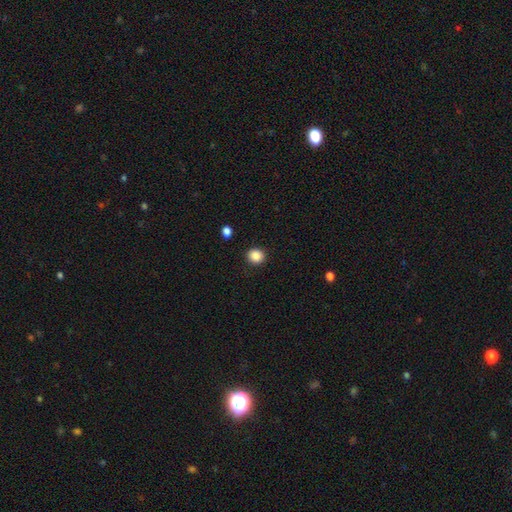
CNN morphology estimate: smooth_or_featured: smooth (p=0.88) [alt: star or artifact p=0.10]
how_rounded: round (p=0.83) [alt: in between p=0.16]
merging: none (p=0.90) [alt: minor disturbance p=0.06]